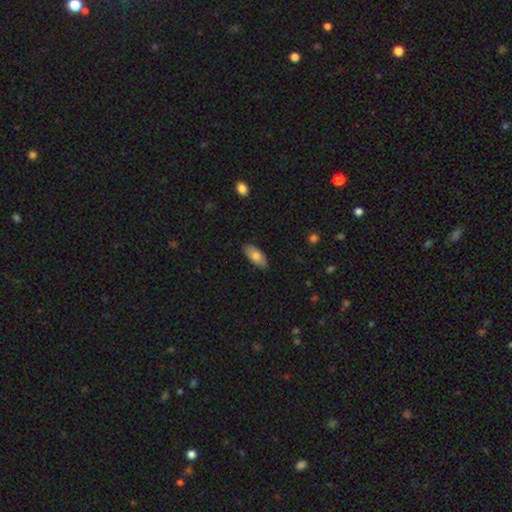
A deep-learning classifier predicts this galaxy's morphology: This appears to be a smooth galaxy with no disk features (77%) that is in between round and cigar-shaped (88%). Merging: none (87%).